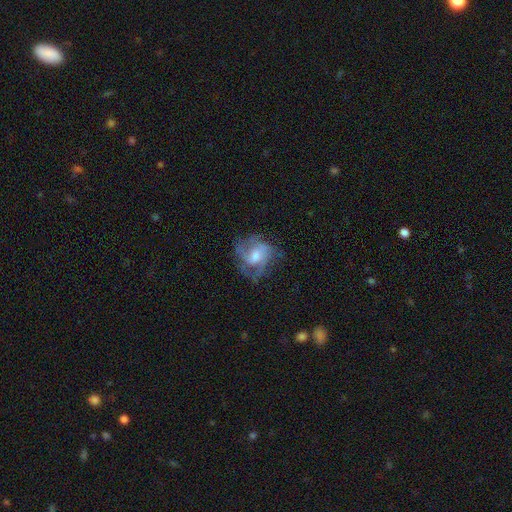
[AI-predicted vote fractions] The model was most divided on "spiral arm count": 3: 35%, 2: 24%, can't tell: 24%, 4: 9%, 1: 5%, more than 4: 4%. Remaining: edge-on disk — no (97%); spiral arms — yes (85%); smooth or featured — featured or disk (74%); bulge size — moderate (61%); merging — none (57%); bar — no (54%); spiral winding — medium (48%).